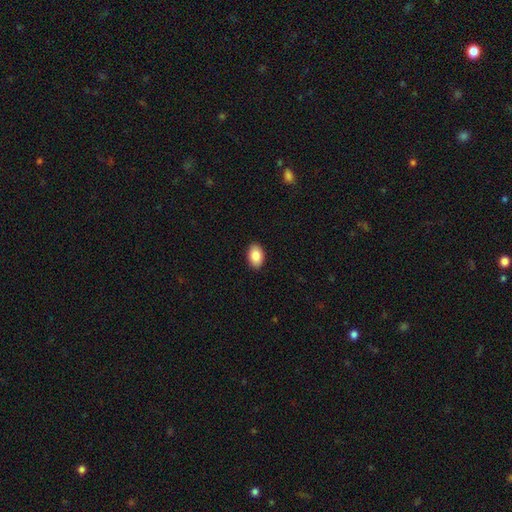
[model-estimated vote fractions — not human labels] Morphology: type=smooth (87%); roundness=in between (91%); merging=none (90%).